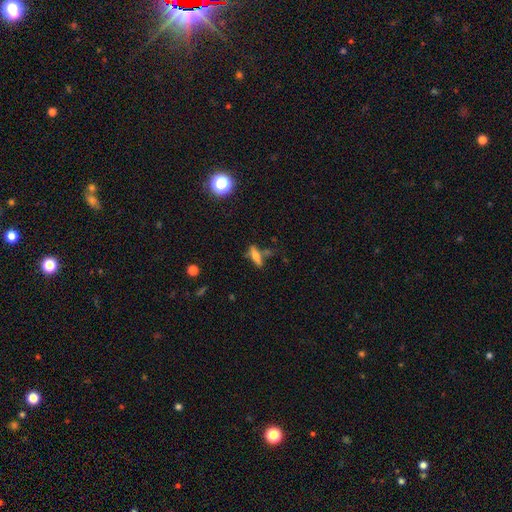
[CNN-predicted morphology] Smooth or featured: smooth — 54% (featured or disk — 35%)
How rounded: cigar-shaped — 59% (in between — 37%)
Merging: none — 62% (minor disturbance — 20%)